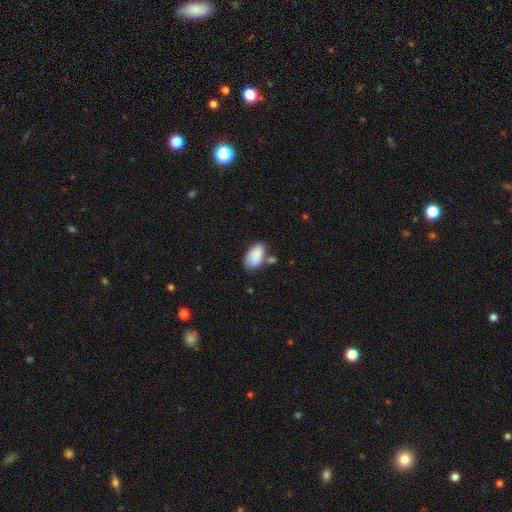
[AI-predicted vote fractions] This appears to be a smooth galaxy with no disk features (84%) that is in between round and cigar-shaped (94%). Merging: none (52%).